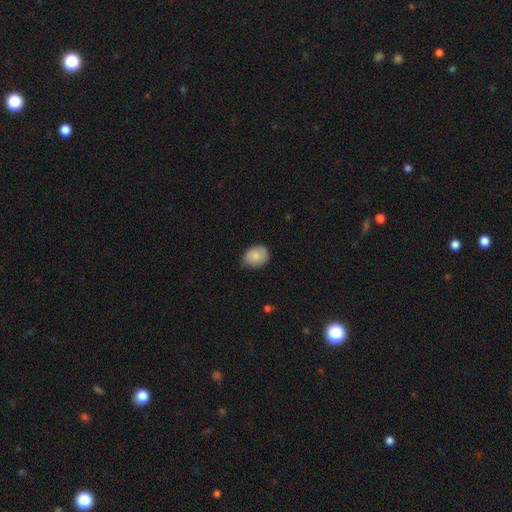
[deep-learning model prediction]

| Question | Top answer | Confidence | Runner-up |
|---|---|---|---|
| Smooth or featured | smooth | 75% | featured or disk (17%) |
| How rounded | in between | 50% | round (49%) |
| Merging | none | 74% | minor disturbance (21%) |